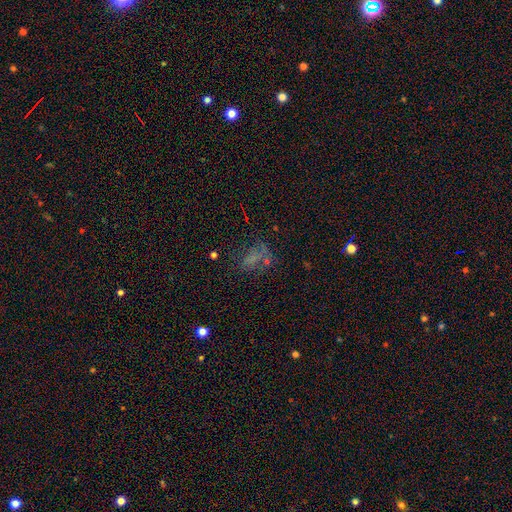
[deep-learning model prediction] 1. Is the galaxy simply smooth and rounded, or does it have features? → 43% smooth, 31% star or artifact, 26% featured or disk.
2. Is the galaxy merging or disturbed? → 42% none, 28% major disturbance, 20% minor disturbance, 11% merger.